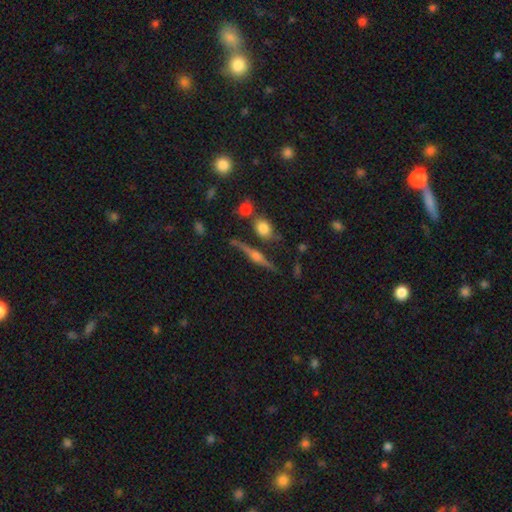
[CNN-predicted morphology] smooth_or_featured: featured or disk (p=0.74) [alt: smooth p=0.16]
disk_edge_on: yes (p=0.96) [alt: no p=0.04]
edge_on_bulge: rounded (p=0.88) [alt: boxy p=0.08]
merging: none (p=0.81) [alt: minor disturbance p=0.11]